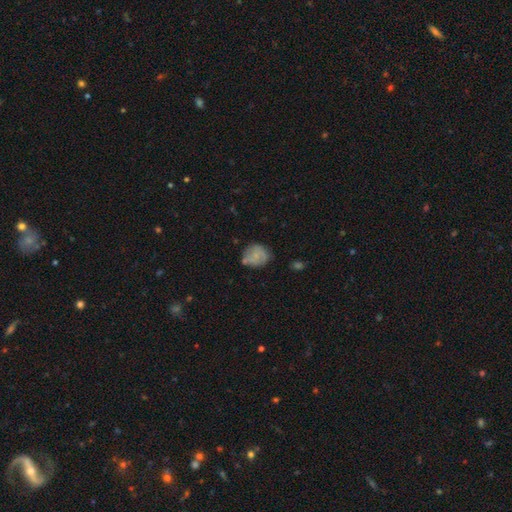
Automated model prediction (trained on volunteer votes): Overall: smooth (61%; featured or disk 30%). How rounded: round (64%; in between 35%). Merging: none (56%; minor disturbance 28%).